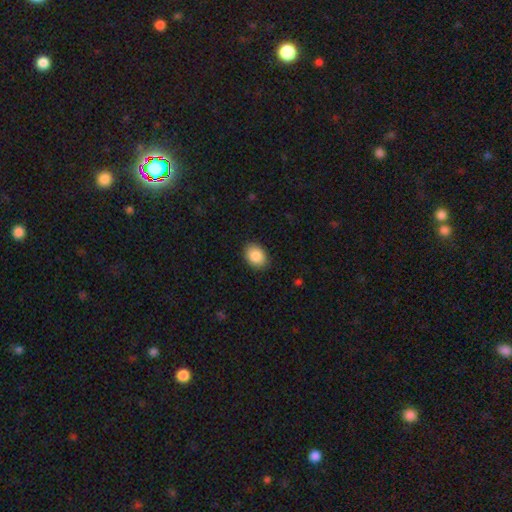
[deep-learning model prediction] Smooth or featured? Predicted: smooth (p=0.89). How rounded? Predicted: in between (p=0.71). Merging? Predicted: none (p=0.88).